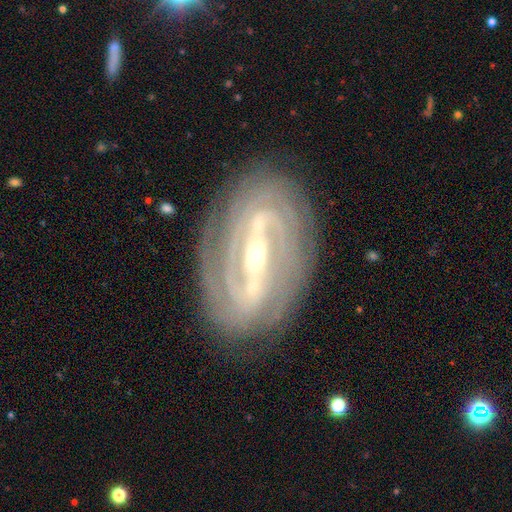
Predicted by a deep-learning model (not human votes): Q: Smooth or featured?
A: featured or disk (90%); runner-up: smooth (5%)
Q: Edge-on disk?
A: no (90%); runner-up: yes (10%)
Q: Bar?
A: strong (77%); runner-up: weak (17%)
Q: Spiral arms?
A: yes (95%); runner-up: no (5%)
Q: Spiral winding?
A: tight (78%); runner-up: medium (18%)
Q: Spiral arm count?
A: 2 (25%); runner-up: can't tell (24%)
Q: Bulge size?
A: moderate (51%); runner-up: small (43%)
Q: Merging?
A: none (81%); runner-up: minor disturbance (13%)